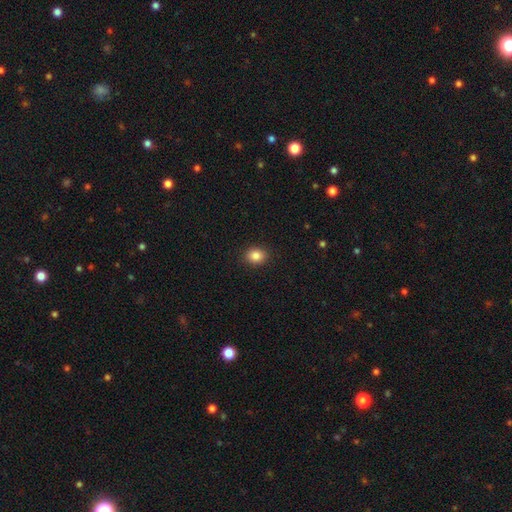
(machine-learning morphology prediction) smooth 85%, star or artifact 10%, featured or disk 5%. Down the decision tree: how rounded — round (56%); merging — none (90%).